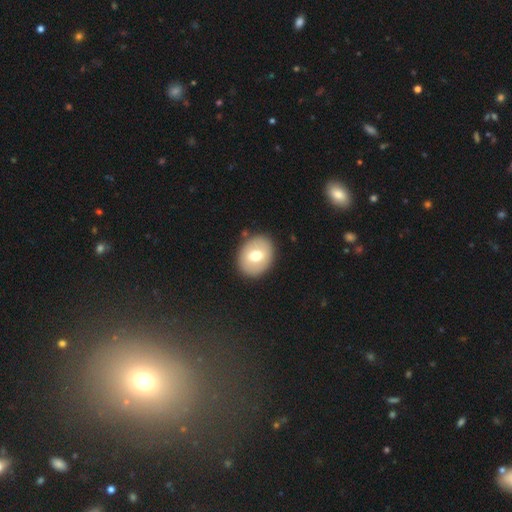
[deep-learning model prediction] smooth-or-featured: smooth: 65% | featured or disk: 28% | star or artifact: 7%
  how-rounded: in between: 52% | round: 47% | cigar-shaped: 1%
  merging: none: 88% | minor disturbance: 8% | major disturbance: 3% | merger: 2%